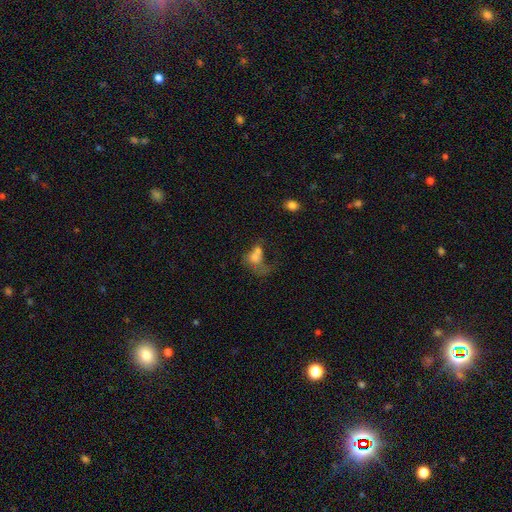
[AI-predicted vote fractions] A smooth galaxy with no disk features (60%) that is in between round and cigar-shaped (59%).

Vote fractions:
- Smooth or featured? smooth: 60% / featured or disk: 27% / star or artifact: 13%
- How rounded? in between: 59% / round: 39% / cigar-shaped: 2%
- Merging? merger: 51% / major disturbance: 25% / none: 15% / minor disturbance: 9%